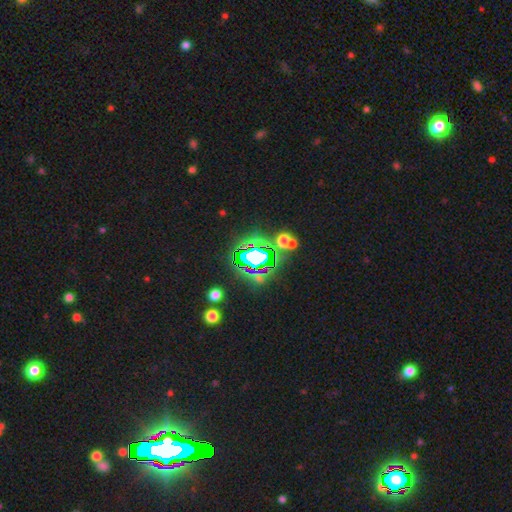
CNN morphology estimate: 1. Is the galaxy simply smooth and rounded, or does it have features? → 74% star or artifact, 15% smooth, 11% featured or disk.